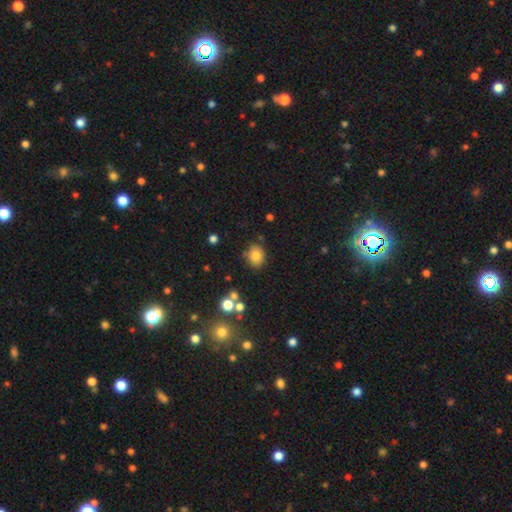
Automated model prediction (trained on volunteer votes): Smooth or featured? Predicted: smooth (p=0.81). How rounded? Predicted: round (p=0.55). Merging? Predicted: none (p=0.79).